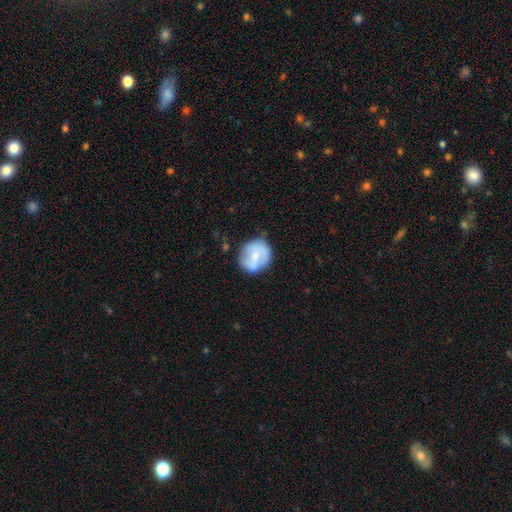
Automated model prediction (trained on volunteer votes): smooth 54%, featured or disk 39%, star or artifact 6%. Down the decision tree: how rounded — round (81%); merging — none (66%).